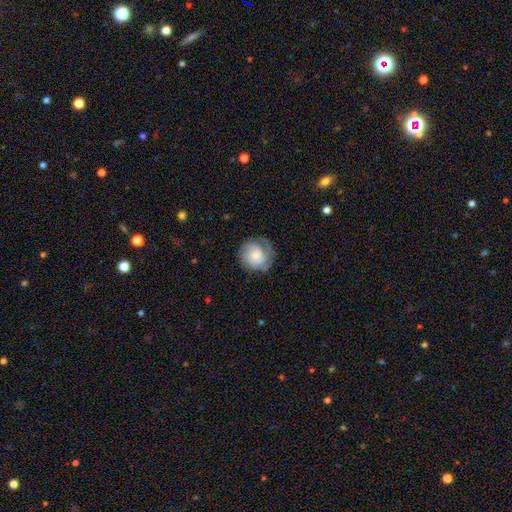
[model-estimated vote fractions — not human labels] This appears to be a featured or disk galaxy (53%) with no bar (76%), spiral arms (88%) and a small central bulge (45%). Merging: none (67%).